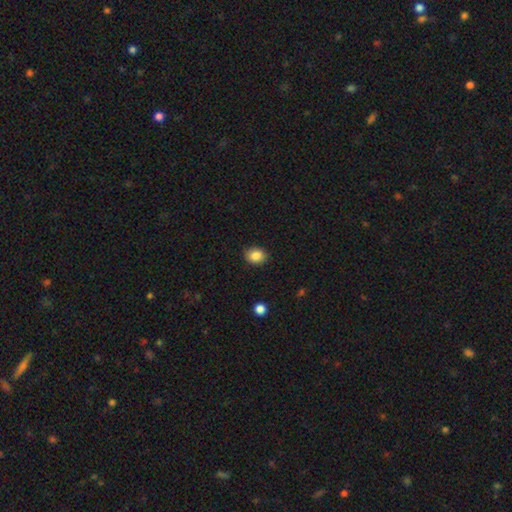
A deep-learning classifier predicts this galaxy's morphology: A smooth galaxy with no disk features (86%) that is round (51%). Merging: none (86%).